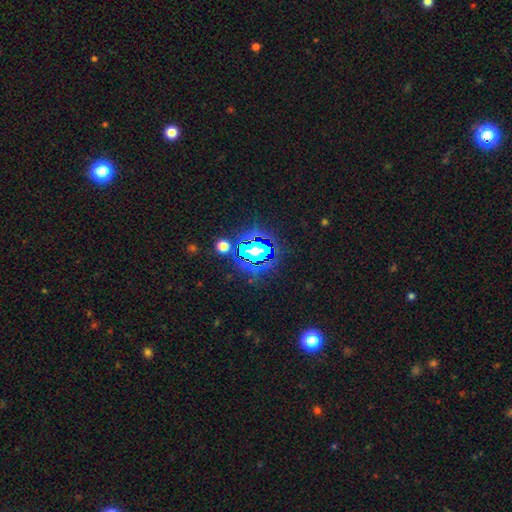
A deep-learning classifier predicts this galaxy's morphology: smooth_or_featured: star or artifact (p=0.80) [alt: smooth p=0.13]